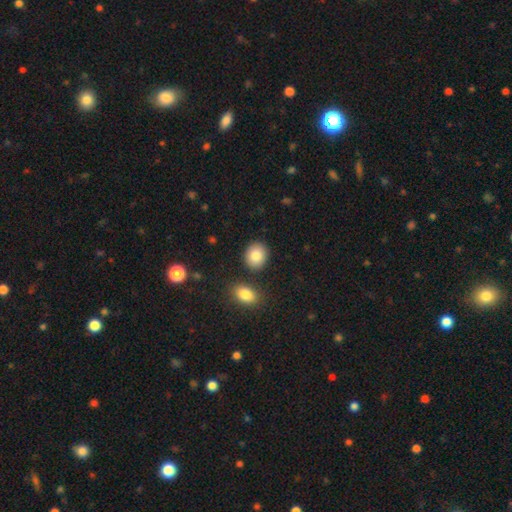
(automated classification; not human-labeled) Smooth or featured? smooth (85%)
How rounded? round (60%)
Merging? none (84%)